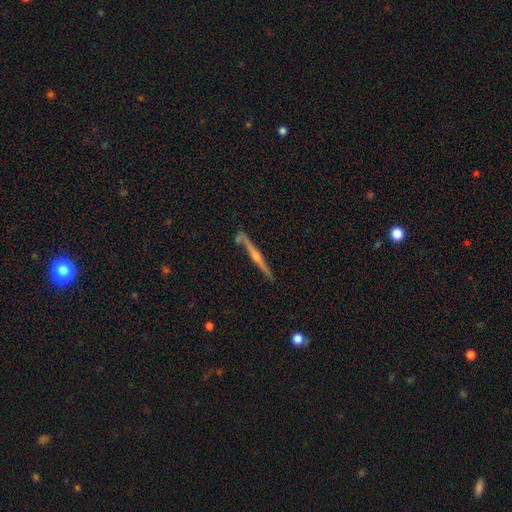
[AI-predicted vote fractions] This appears to be a featured or disk galaxy (75%) viewed edge-on (96%) with a rounded central bulge (79%). Merging: none (82%).